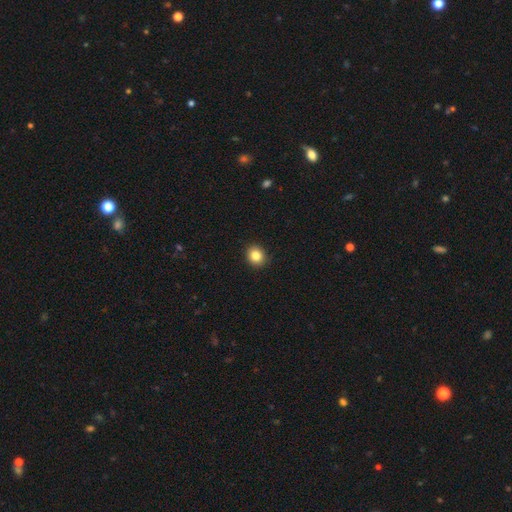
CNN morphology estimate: A smooth galaxy with no disk features (84%) that is round (74%). Merging: none (92%).